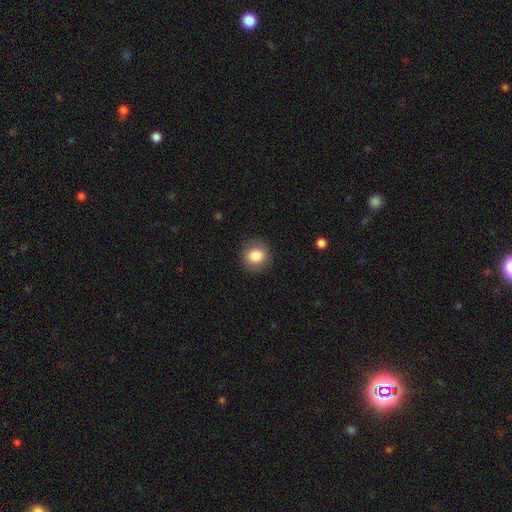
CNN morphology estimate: Smooth or featured?
  - smooth: 83% *
  - featured or disk: 9%
  - star or artifact: 8%
How rounded?
  - round: 85% *
  - in between: 14%
  - cigar-shaped: 1%
Merging?
  - none: 88% *
  - minor disturbance: 8%
  - major disturbance: 3%
  - merger: 1%